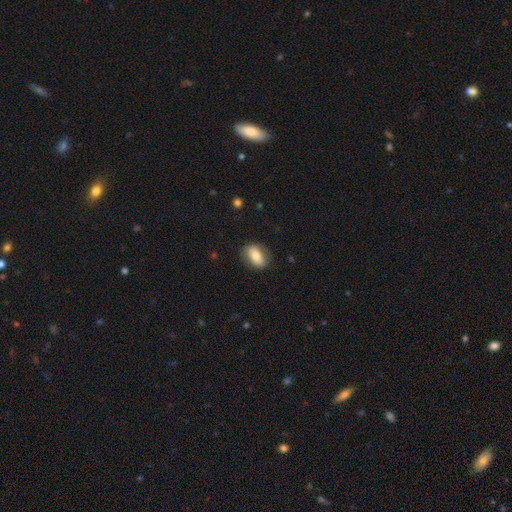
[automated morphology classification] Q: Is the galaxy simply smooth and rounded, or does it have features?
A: smooth — 73%.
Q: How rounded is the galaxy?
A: in between — 86%.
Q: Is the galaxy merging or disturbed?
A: none — 80%.